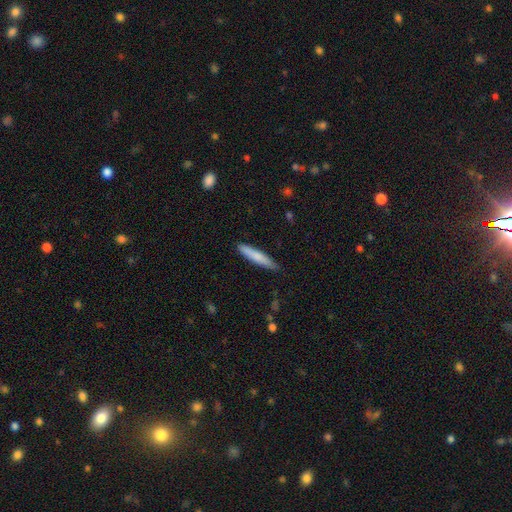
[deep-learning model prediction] smooth 76%, featured or disk 19%, star or artifact 5%. Down the decision tree: how rounded — cigar-shaped (91%); merging — none (85%).